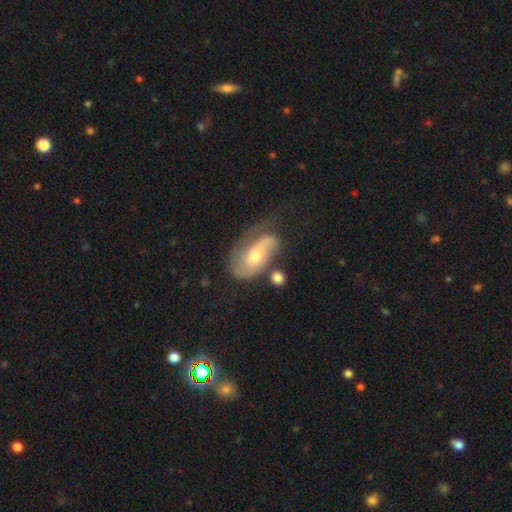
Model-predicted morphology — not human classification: type=featured or disk (73%); edge-on=no (95%); bar=no (54%); spiral arms=yes (91%); winding=medium (43%); arm count=2 (64%); bulge=moderate (57%); merging=none (44%).